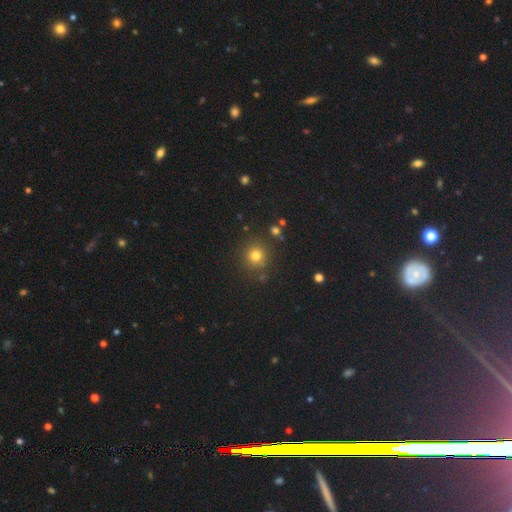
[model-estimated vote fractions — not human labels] smooth 76%, star or artifact 17%, featured or disk 7%. Down the decision tree: how rounded — round (92%); merging — none (85%).